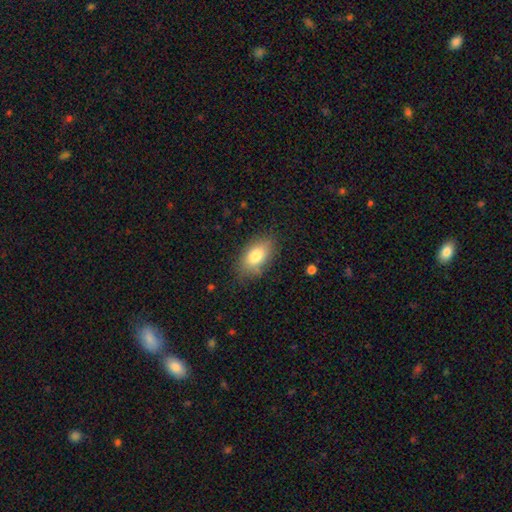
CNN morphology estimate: This is likely a smooth galaxy (79%). How rounded: clearly in between (90%). Merging: likely none (77%).